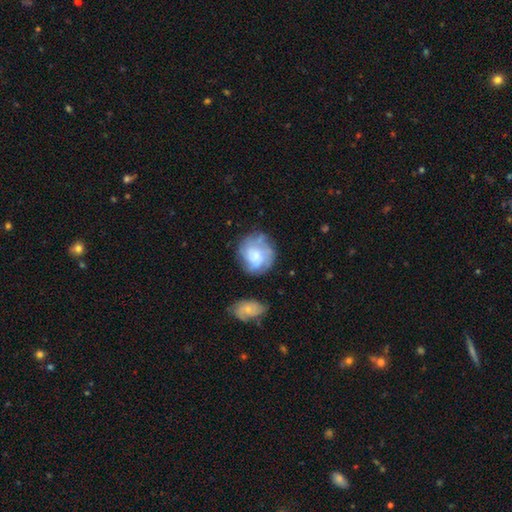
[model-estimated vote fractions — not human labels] featured or disk 51%, smooth 41%, star or artifact 8%. Down the decision tree: edge-on disk — no (97%); merging — none (60%).